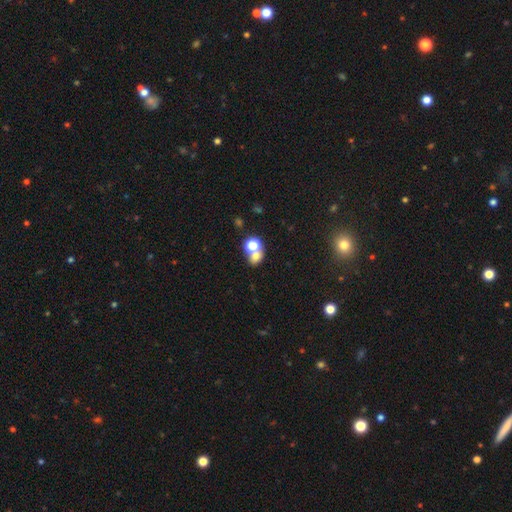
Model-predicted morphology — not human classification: Smooth or featured? Predicted: smooth (p=0.68). How rounded? Predicted: round (p=0.57). Merging? Predicted: merger (p=0.50).